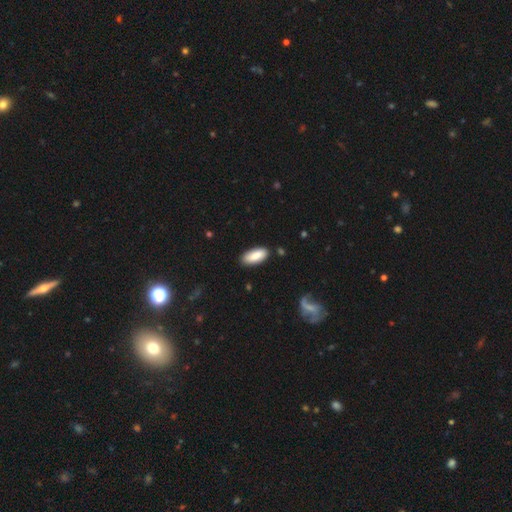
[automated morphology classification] This appears to be a smooth galaxy with no disk features (86%) that is in between round and cigar-shaped (84%). Merging: none (84%).